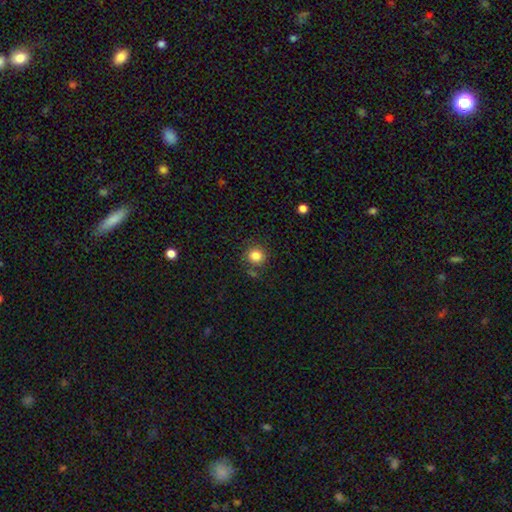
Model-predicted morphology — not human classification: Smooth or featured? Predicted: smooth (p=0.83). How rounded? Predicted: round (p=0.88). Merging? Predicted: none (p=0.78).